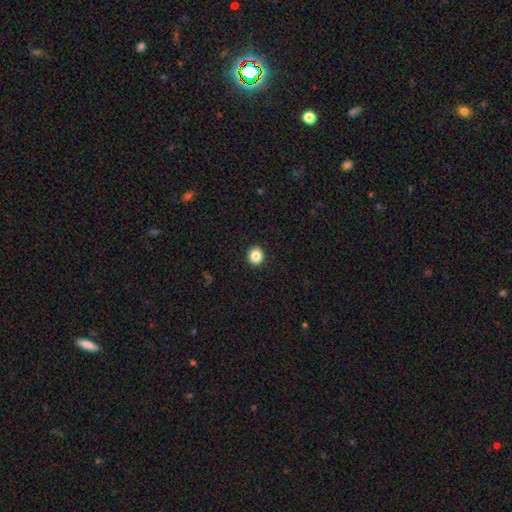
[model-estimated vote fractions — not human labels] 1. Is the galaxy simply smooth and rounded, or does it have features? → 86% smooth, 10% star or artifact, 5% featured or disk.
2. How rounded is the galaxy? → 82% round, 17% in between, 1% cigar-shaped.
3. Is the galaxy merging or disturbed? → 93% none, 5% minor disturbance, 1% major disturbance, 1% merger.